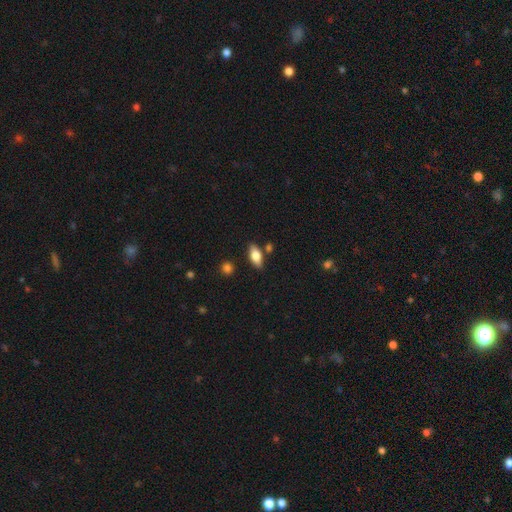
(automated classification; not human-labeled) This appears to be a smooth galaxy with no disk features (70%) that is in between round and cigar-shaped (83%). Merging: none (80%).